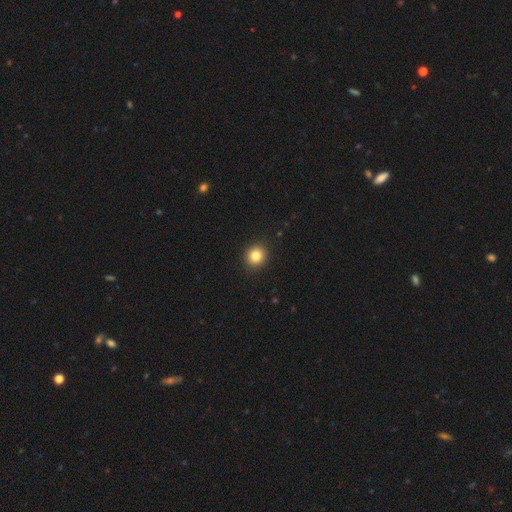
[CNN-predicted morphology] This is clearly a smooth galaxy (84%). How rounded: clearly round (85%). Merging: clearly none (92%).